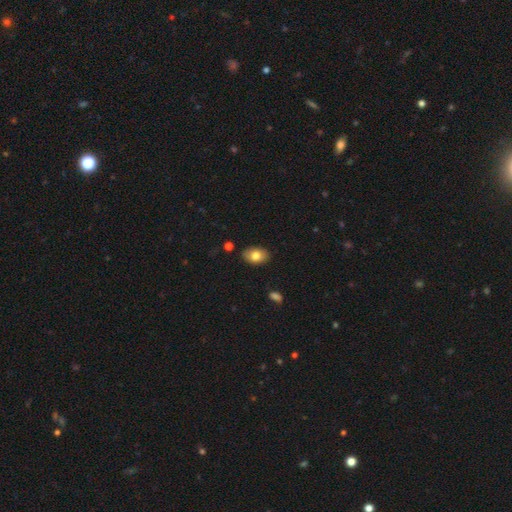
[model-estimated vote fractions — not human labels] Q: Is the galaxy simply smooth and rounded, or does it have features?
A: smooth — 79%.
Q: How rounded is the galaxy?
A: in between — 85%.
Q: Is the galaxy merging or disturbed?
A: none — 86%.